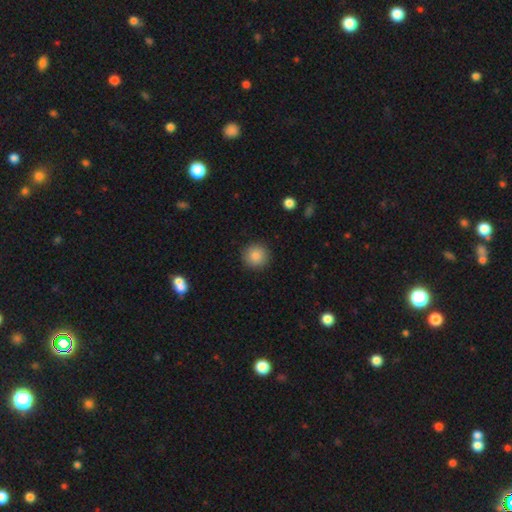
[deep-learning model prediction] A smooth galaxy with no disk features (86%) that is round (94%). Merging: none (91%).